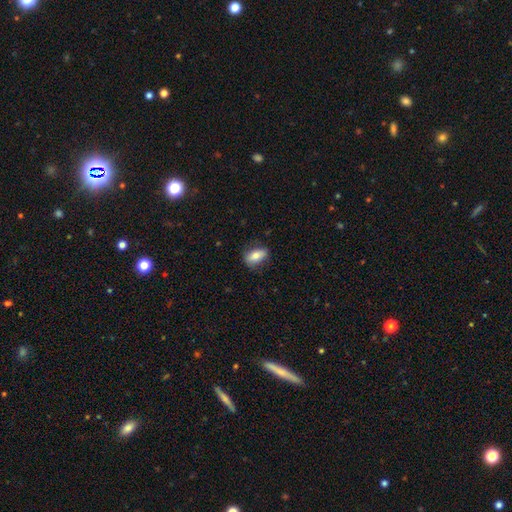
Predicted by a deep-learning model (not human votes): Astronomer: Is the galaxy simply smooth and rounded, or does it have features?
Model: smooth — 77%.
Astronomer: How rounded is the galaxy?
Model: in between — 85%.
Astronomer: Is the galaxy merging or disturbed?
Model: none — 78%.